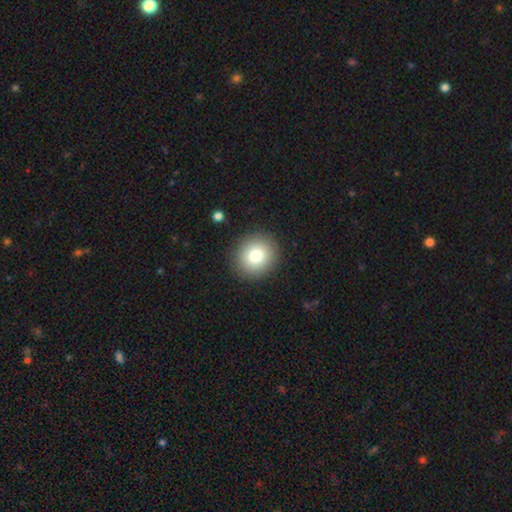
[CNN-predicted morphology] Q: Smooth or featured?
A: smooth (79%); runner-up: featured or disk (11%)
Q: How rounded?
A: round (84%); runner-up: in between (15%)
Q: Merging?
A: none (89%); runner-up: minor disturbance (7%)